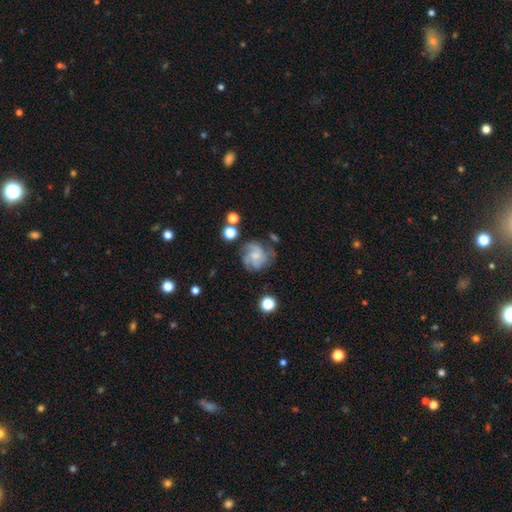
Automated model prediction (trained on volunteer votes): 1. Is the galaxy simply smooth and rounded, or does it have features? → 73% featured or disk, 18% smooth, 9% star or artifact.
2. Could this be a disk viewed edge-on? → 98% no, 2% yes.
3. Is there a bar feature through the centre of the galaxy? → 72% no, 24% weak, 3% strong.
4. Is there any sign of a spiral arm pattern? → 94% yes, 6% no.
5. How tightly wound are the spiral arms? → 44% medium, 42% tight, 14% loose.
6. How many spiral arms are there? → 32% 3, 25% 4, 21% can't tell, 9% 2, 6% more than 4, 6% 1.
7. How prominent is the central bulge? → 51% small, 28% moderate, 17% none, 3% large, 1% dominant.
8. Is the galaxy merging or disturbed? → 64% none, 20% minor disturbance, 12% major disturbance, 4% merger.